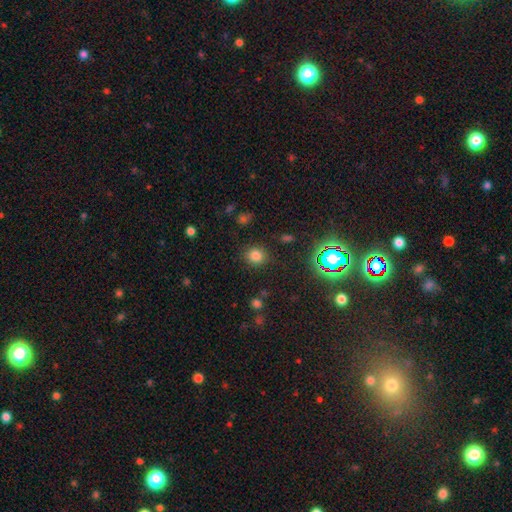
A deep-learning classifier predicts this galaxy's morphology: smooth-or-featured: smooth: 77% | star or artifact: 18% | featured or disk: 5%
  how-rounded: round: 82% | in between: 17% | cigar-shaped: 1%
  merging: none: 85% | minor disturbance: 9% | major disturbance: 4% | merger: 2%